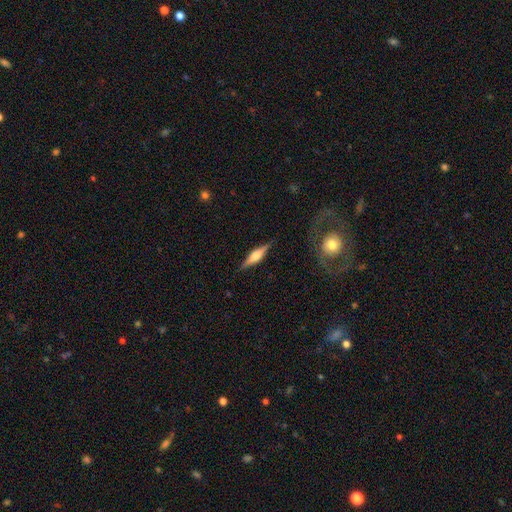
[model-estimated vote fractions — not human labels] Q: Smooth or featured?
A: featured or disk (61%); runner-up: smooth (33%)
Q: Edge-on disk?
A: yes (96%); runner-up: no (4%)
Q: Edge-on bulge?
A: rounded (78%); runner-up: boxy (18%)
Q: Merging?
A: none (86%); runner-up: minor disturbance (10%)